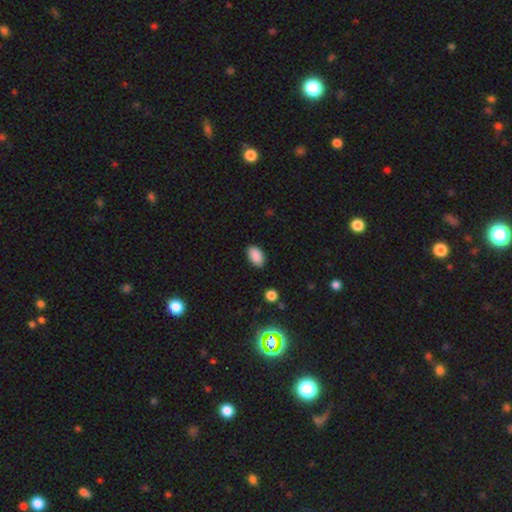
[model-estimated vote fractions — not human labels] Smooth or featured?
  - smooth: 89% *
  - star or artifact: 8%
  - featured or disk: 3%
How rounded?
  - in between: 92% *
  - round: 7%
  - cigar-shaped: 1%
Merging?
  - none: 85% *
  - minor disturbance: 11%
  - major disturbance: 2%
  - merger: 1%